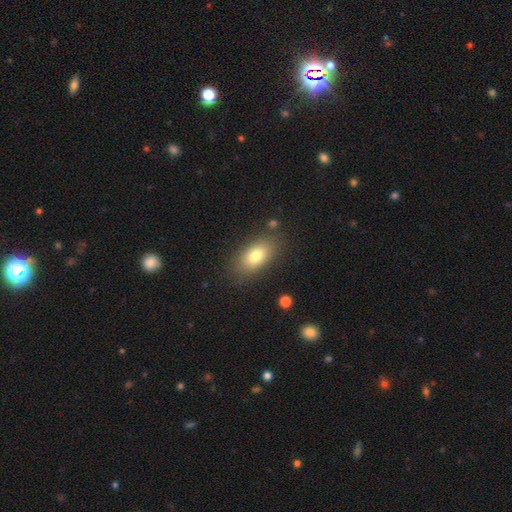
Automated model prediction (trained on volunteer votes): smooth_or_featured: smooth (p=0.78) [alt: featured or disk p=0.13]
how_rounded: in between (p=0.88) [alt: round p=0.07]
merging: none (p=0.82) [alt: minor disturbance p=0.11]